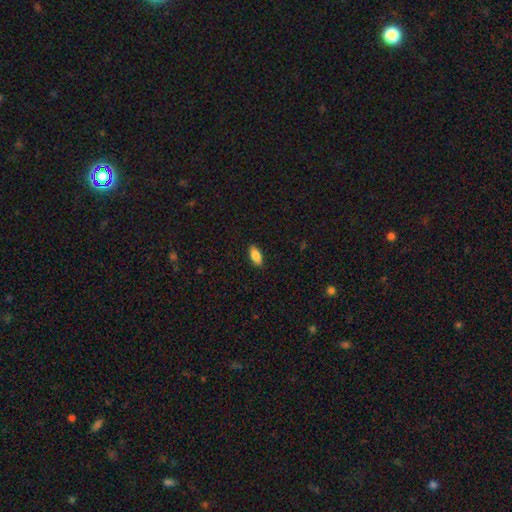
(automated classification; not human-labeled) Smooth or featured?
  - smooth: 83% *
  - featured or disk: 10%
  - star or artifact: 7%
How rounded?
  - in between: 85% *
  - cigar-shaped: 12%
  - round: 3%
Merging?
  - none: 88% *
  - minor disturbance: 9%
  - major disturbance: 2%
  - merger: 1%